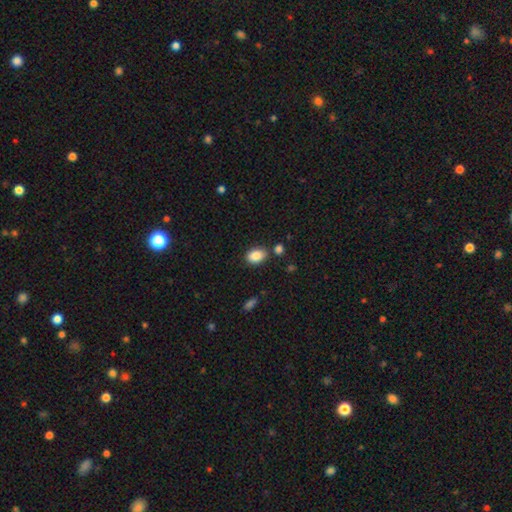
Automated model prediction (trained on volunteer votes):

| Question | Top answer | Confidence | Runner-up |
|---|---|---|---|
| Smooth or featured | smooth | 87% | star or artifact (8%) |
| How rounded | in between | 86% | round (13%) |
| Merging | none | 77% | minor disturbance (12%) |